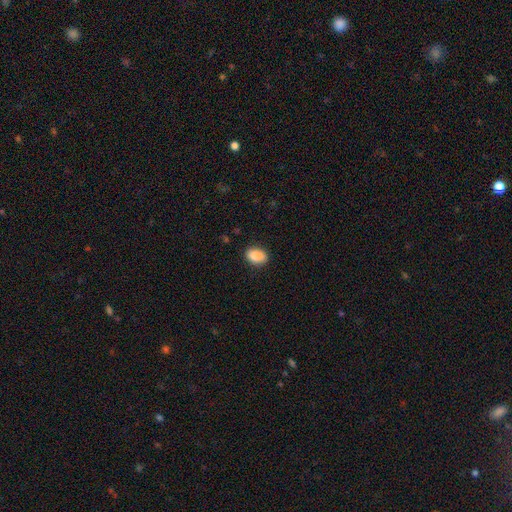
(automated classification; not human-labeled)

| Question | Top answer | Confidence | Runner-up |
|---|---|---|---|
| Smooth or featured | smooth | 88% | star or artifact (7%) |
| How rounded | in between | 83% | round (15%) |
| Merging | none | 83% | minor disturbance (13%) |